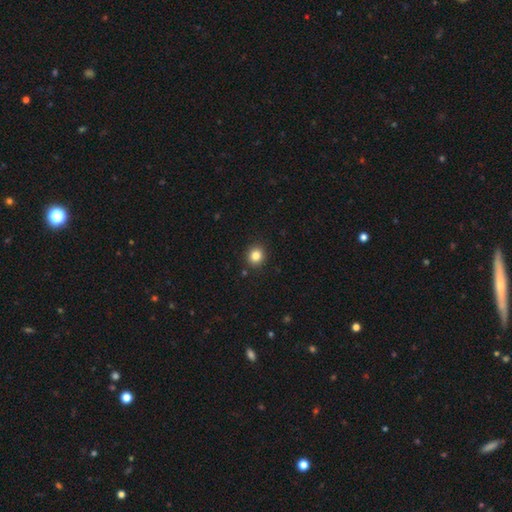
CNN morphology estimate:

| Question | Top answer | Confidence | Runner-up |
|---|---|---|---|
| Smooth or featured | smooth | 83% | star or artifact (12%) |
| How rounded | round | 86% | in between (13%) |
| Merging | none | 91% | minor disturbance (6%) |